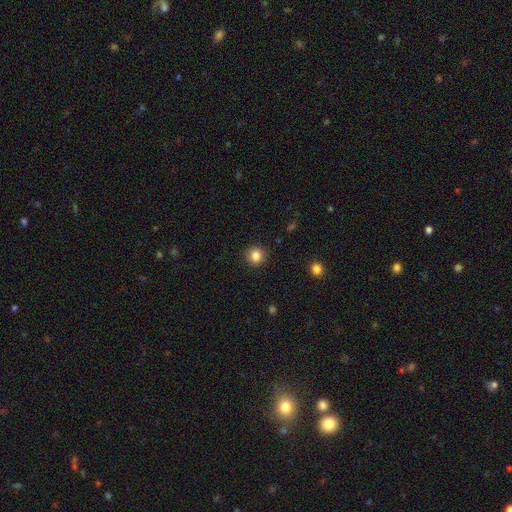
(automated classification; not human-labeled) Q: Smooth or featured?
A: smooth (84%); runner-up: star or artifact (11%)
Q: How rounded?
A: round (91%); runner-up: in between (8%)
Q: Merging?
A: none (91%); runner-up: minor disturbance (6%)